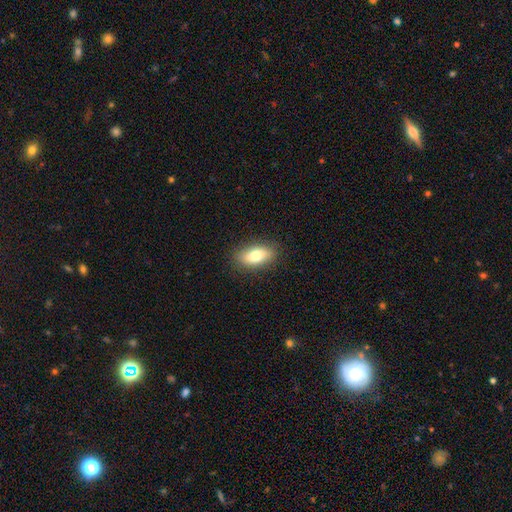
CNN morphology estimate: This appears to be a smooth galaxy with no disk features (78%) that is in between round and cigar-shaped (86%). Merging: none (87%).